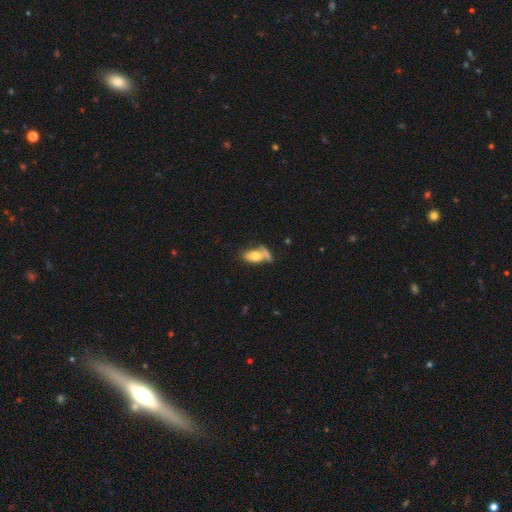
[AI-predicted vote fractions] smooth-or-featured: smooth: 68% | featured or disk: 24% | star or artifact: 8%
  how-rounded: in between: 86% | cigar-shaped: 9% | round: 6%
  merging: none: 36% | merger: 31% | minor disturbance: 19% | major disturbance: 14%